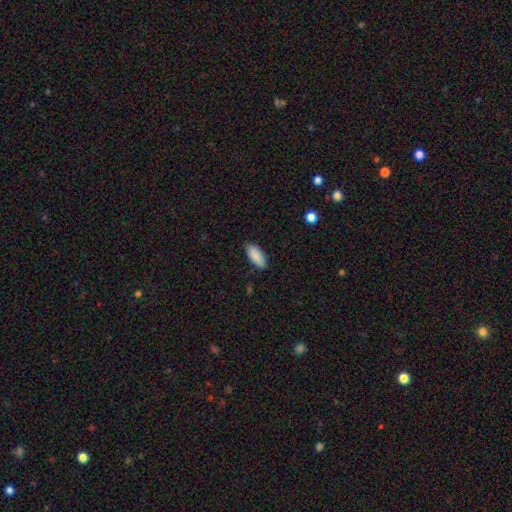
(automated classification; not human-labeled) smooth_or_featured: smooth (p=0.89) [alt: star or artifact p=0.06]
how_rounded: in between (p=0.85) [alt: cigar-shaped p=0.13]
merging: none (p=0.85) [alt: minor disturbance p=0.12]